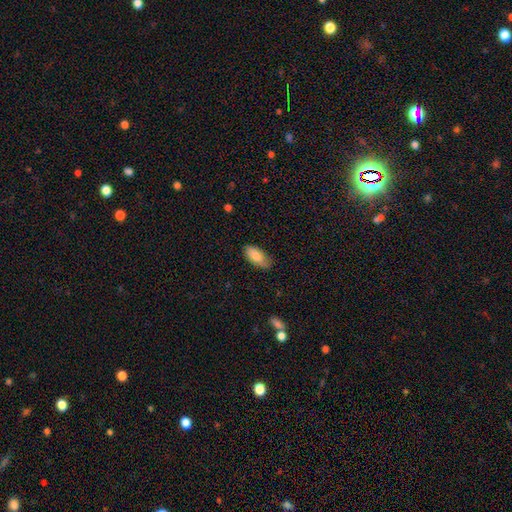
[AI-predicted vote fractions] This appears to be a smooth galaxy with no disk features (80%) that is in between round and cigar-shaped (90%). Merging: none (78%).